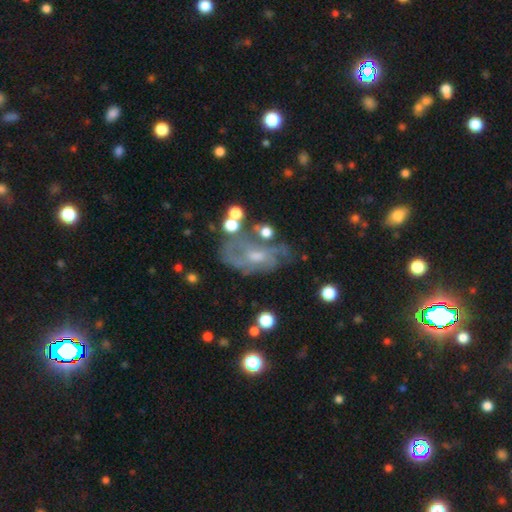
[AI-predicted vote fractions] The model was most divided on "bulge size": small: 46%, moderate: 40%, none: 10%, large: 3%, dominant: 1%. Remaining: edge-on disk — no (94%); spiral arms — yes (64%); smooth or featured — featured or disk (63%); bar — no (60%); merging — none (42%).